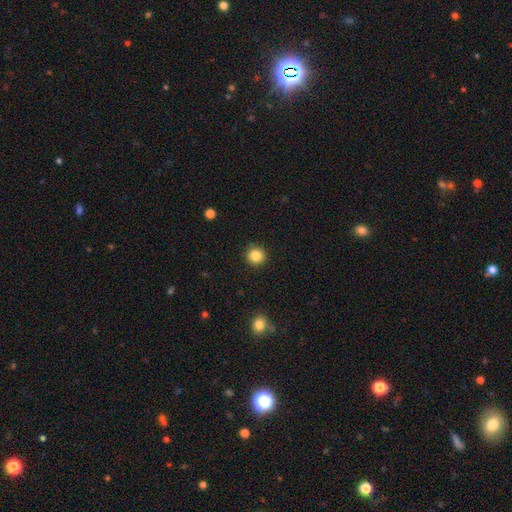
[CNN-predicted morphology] The model was most divided on "smooth or featured": smooth: 85%, star or artifact: 10%, featured or disk: 4%. More confident: how rounded — round (93%); merging — none (91%).